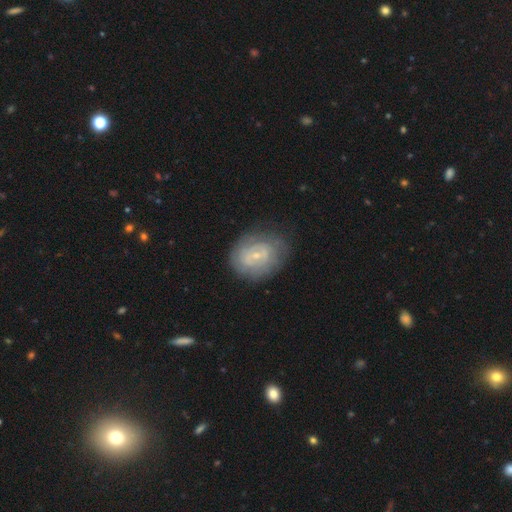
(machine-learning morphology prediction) This is likely a featured or disk galaxy (64%). It is clearly not viewed edge-on (97%). Bar: possibly no (45%). Spiral arm pattern: likely yes (70%). Central bulge: likely small (77%). Merging: likely none (71%).